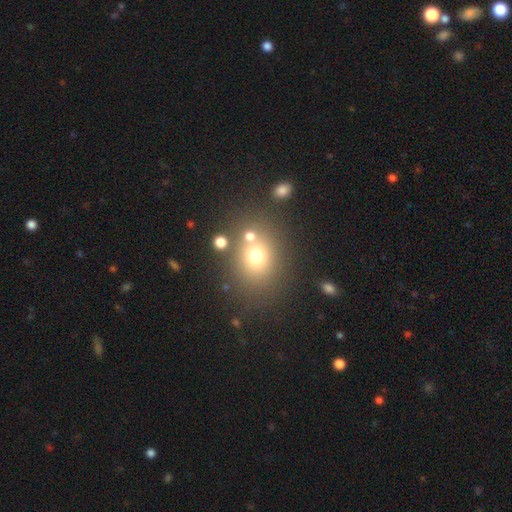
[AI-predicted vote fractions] A smooth galaxy with no disk features (68%) that is round (60%). Merging: none (67%).